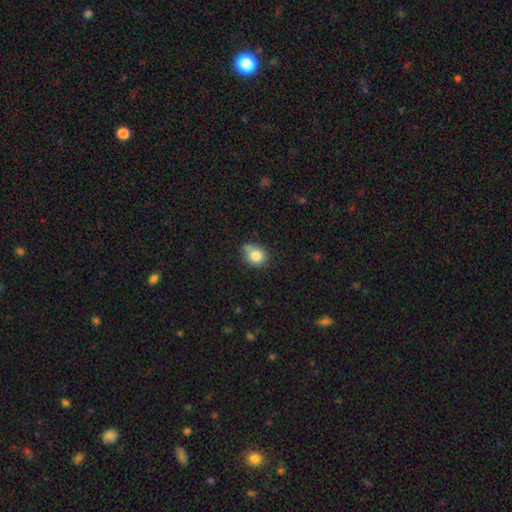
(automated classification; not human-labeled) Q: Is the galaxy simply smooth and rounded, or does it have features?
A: smooth — 81%.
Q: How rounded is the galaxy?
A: round — 73%.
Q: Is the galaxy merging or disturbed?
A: none — 58%.